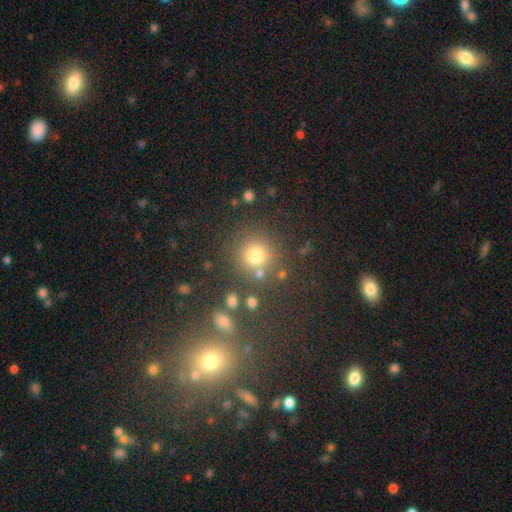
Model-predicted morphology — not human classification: A smooth galaxy with no disk features (74%) that is round (90%).

Vote fractions:
- Smooth or featured? smooth: 74% / star or artifact: 18% / featured or disk: 8%
- How rounded? round: 90% / in between: 9% / cigar-shaped: 1%
- Merging? none: 74% / merger: 10% / minor disturbance: 10% / major disturbance: 5%